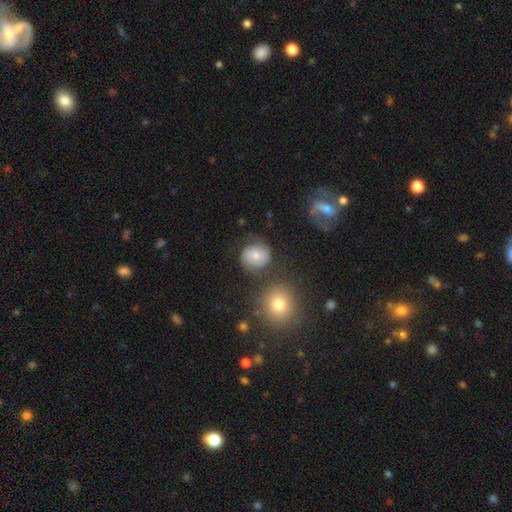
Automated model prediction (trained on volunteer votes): smooth-or-featured: featured or disk: 45% | smooth: 44% | star or artifact: 11%
  merging: none: 70% | minor disturbance: 16% | merger: 7% | major disturbance: 7%